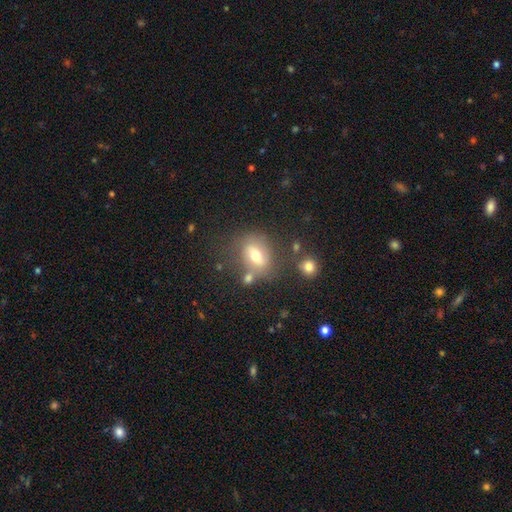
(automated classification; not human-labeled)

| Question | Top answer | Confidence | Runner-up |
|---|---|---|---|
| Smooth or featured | smooth | 60% | featured or disk (28%) |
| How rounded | in between | 67% | round (30%) |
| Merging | none | 64% | minor disturbance (16%) |